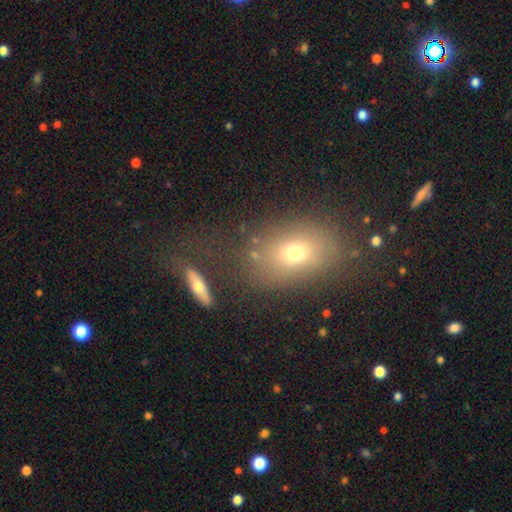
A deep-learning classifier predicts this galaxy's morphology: Overall: smooth (64%). How rounded: in between (66%; round 30%). Merging: none (66%).